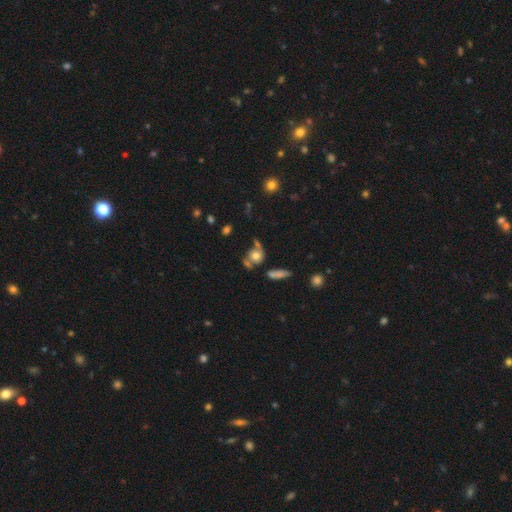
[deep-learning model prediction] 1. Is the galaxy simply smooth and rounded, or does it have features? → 61% smooth, 26% featured or disk, 13% star or artifact.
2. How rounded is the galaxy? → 63% round, 33% in between, 4% cigar-shaped.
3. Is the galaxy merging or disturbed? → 41% none, 27% merger, 18% minor disturbance, 13% major disturbance.